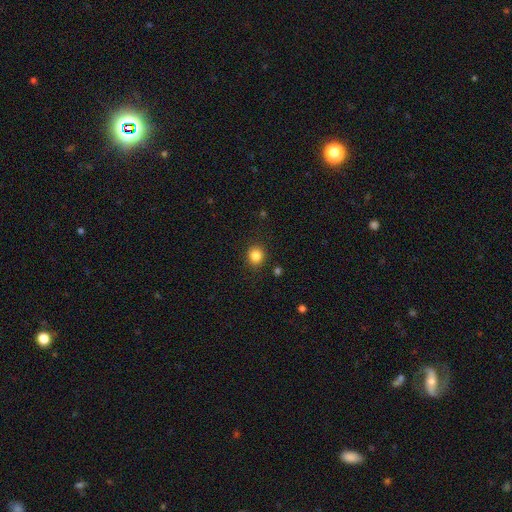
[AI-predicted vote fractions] Smooth or featured: smooth — 84% (star or artifact — 11%)
How rounded: round — 80% (in between — 19%)
Merging: none — 88% (minor disturbance — 8%)